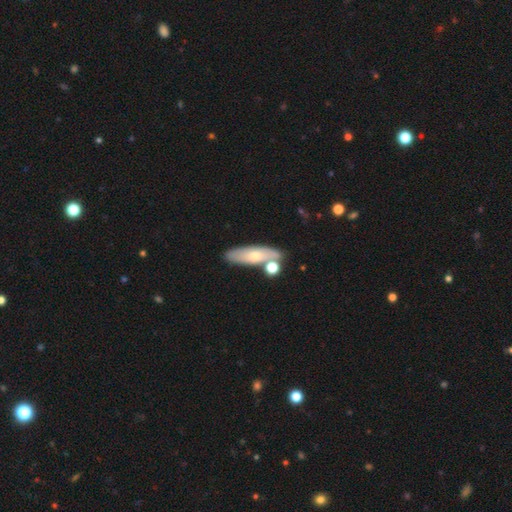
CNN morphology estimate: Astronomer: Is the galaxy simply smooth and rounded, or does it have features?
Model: smooth — 59% (runner-up: featured or disk, 34%).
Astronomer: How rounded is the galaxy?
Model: in between — 50% (runner-up: cigar-shaped, 46%).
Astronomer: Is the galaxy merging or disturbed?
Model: none — 67%.